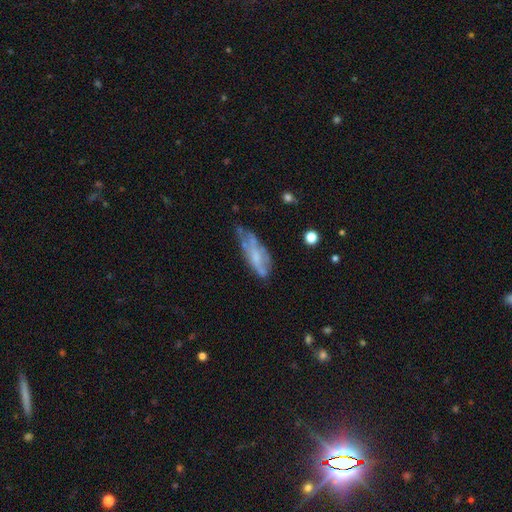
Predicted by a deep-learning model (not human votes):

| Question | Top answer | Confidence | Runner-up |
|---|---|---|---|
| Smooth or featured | featured or disk | 47% | smooth (43%) |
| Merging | none | 40% | minor disturbance (34%) |